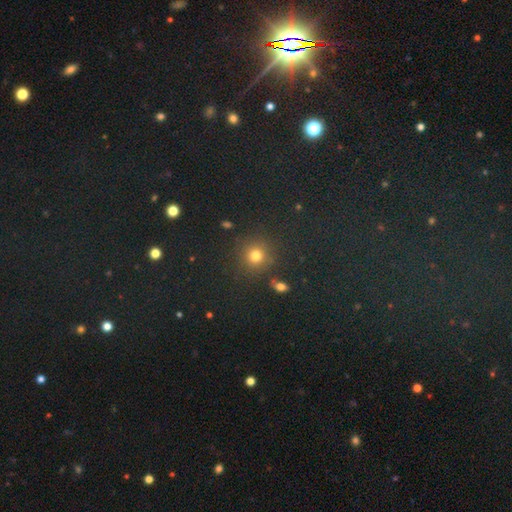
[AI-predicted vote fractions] Q: Smooth or featured?
A: smooth (74%); runner-up: star or artifact (20%)
Q: How rounded?
A: round (91%); runner-up: in between (8%)
Q: Merging?
A: none (86%); runner-up: minor disturbance (8%)